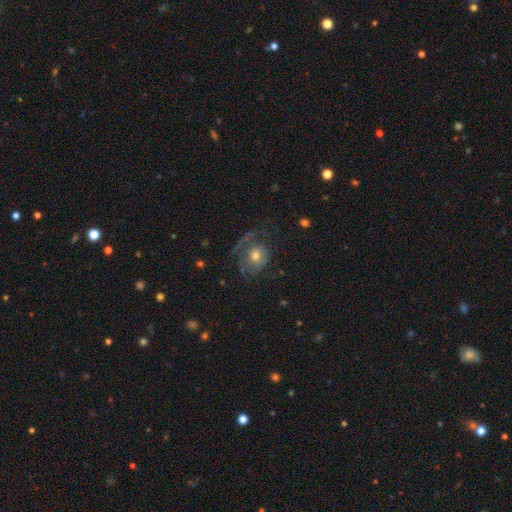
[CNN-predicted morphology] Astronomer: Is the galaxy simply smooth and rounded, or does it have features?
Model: featured or disk — 46% (runner-up: smooth, 43%).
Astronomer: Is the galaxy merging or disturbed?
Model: none — 49% (runner-up: major disturbance, 29%).